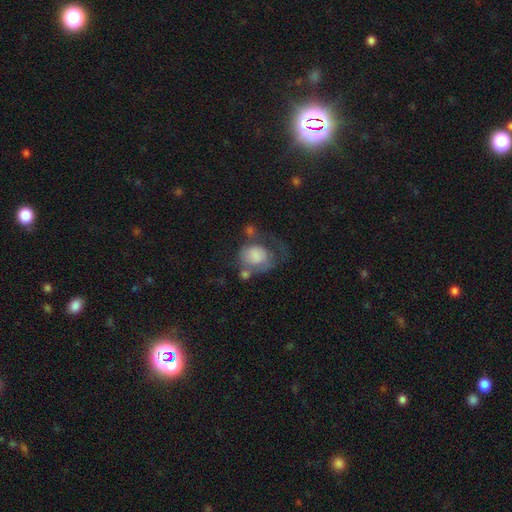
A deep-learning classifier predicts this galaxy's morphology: The model was most divided on "how rounded": round: 50%, in between: 49%, cigar-shaped: 1%. Remaining: smooth or featured — smooth (65%); merging — major disturbance (41%).